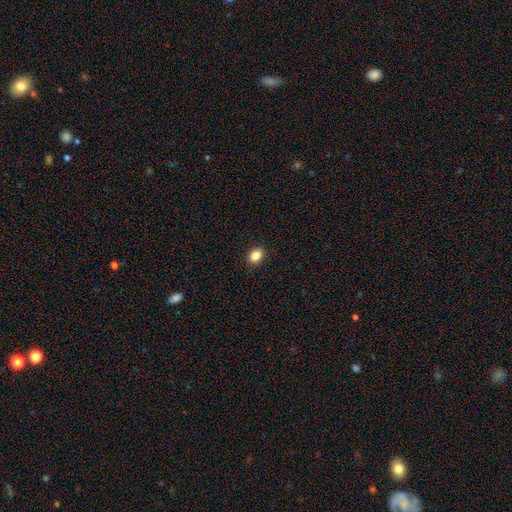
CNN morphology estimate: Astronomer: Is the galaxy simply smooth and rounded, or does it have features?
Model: smooth — 86%.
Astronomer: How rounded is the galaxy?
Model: in between — 75%.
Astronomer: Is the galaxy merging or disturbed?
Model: none — 89%.